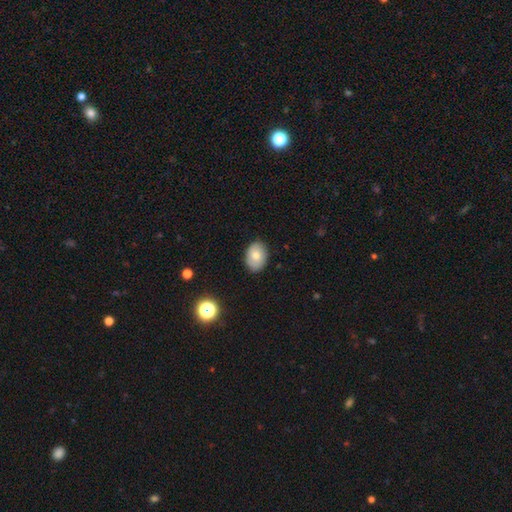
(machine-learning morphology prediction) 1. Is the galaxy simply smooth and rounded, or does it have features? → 77% smooth, 15% featured or disk, 8% star or artifact.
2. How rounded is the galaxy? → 76% in between, 23% round, 1% cigar-shaped.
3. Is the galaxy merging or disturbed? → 85% none, 11% minor disturbance, 2% major disturbance, 1% merger.